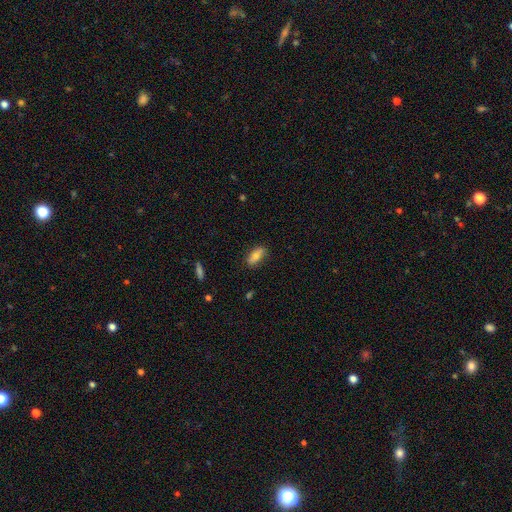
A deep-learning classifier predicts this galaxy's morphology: Smooth or featured?
  - smooth: 74% *
  - featured or disk: 18%
  - star or artifact: 7%
How rounded?
  - in between: 77% *
  - cigar-shaped: 20%
  - round: 3%
Merging?
  - none: 83% *
  - minor disturbance: 13%
  - major disturbance: 2%
  - merger: 1%